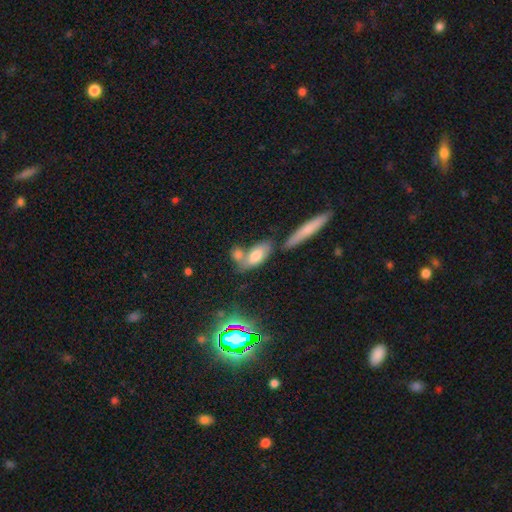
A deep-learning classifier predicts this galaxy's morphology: smooth-or-featured: smooth: 72% | featured or disk: 18% | star or artifact: 10%
  how-rounded: in between: 82% | cigar-shaped: 13% | round: 5%
  merging: none: 46% | merger: 34% | minor disturbance: 14% | major disturbance: 6%